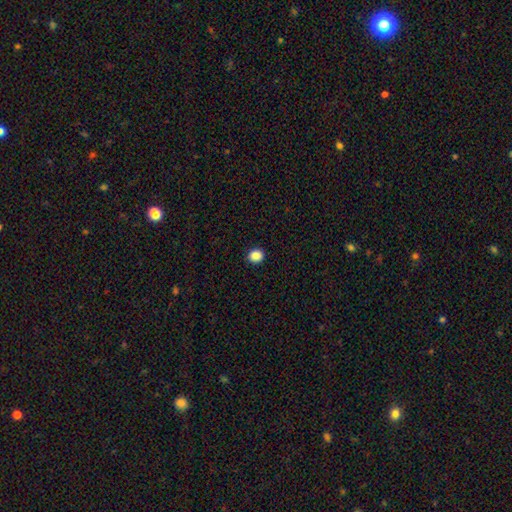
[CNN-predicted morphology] smooth-or-featured: smooth: 88% | star or artifact: 10% | featured or disk: 3%
  how-rounded: round: 81% | in between: 18% | cigar-shaped: 1%
  merging: none: 92% | minor disturbance: 5% | major disturbance: 2% | merger: 1%